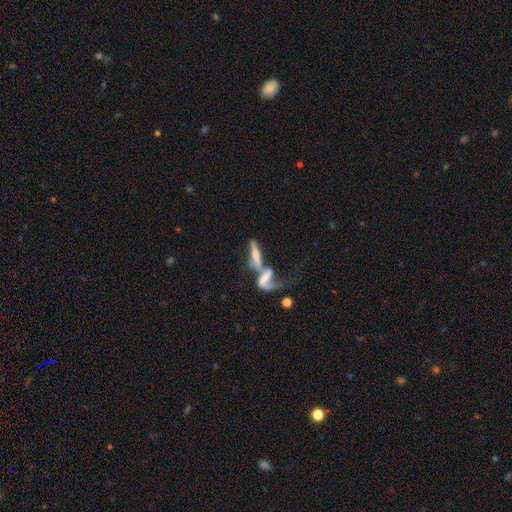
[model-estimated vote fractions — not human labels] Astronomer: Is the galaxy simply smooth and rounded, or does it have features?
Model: featured or disk — 53% (runner-up: smooth, 38%).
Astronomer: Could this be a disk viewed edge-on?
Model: no — 50%, tied with yes at 50%.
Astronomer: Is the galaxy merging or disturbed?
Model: merger — 61%.